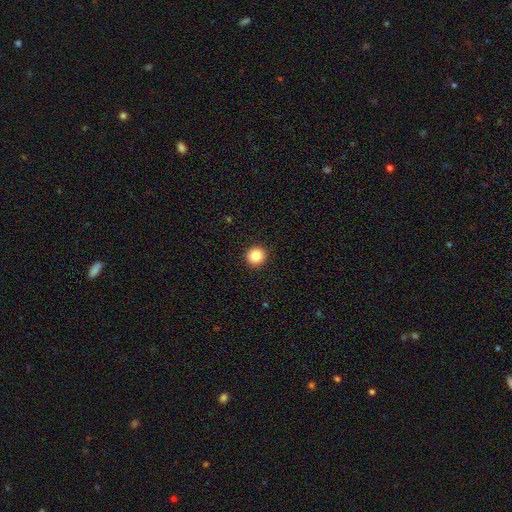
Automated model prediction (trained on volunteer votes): Smooth or featured?
  - smooth: 87% *
  - star or artifact: 9%
  - featured or disk: 4%
How rounded?
  - round: 94% *
  - in between: 5%
  - cigar-shaped: 1%
Merging?
  - none: 93% *
  - minor disturbance: 4%
  - major disturbance: 2%
  - merger: 1%